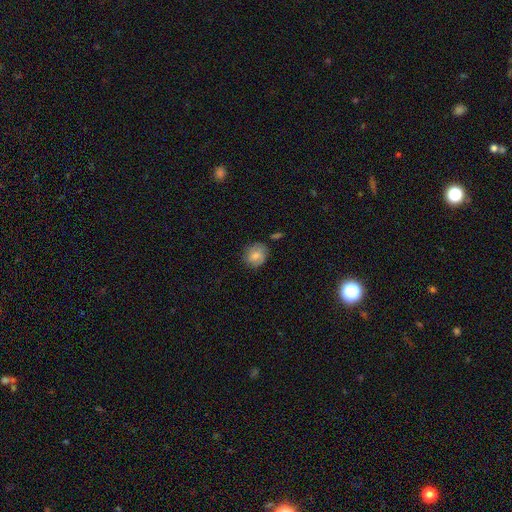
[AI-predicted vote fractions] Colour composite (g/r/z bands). It shows a smooth galaxy with no disk features (70%) that is round (69%). Merging: none (72%).